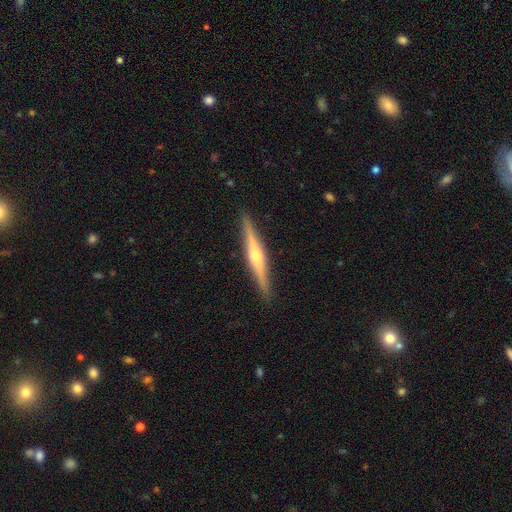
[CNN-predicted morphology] featured or disk 76%, smooth 19%, star or artifact 5%. Down the decision tree: edge-on disk — yes (98%); edge-on bulge — rounded (90%); merging — none (92%).